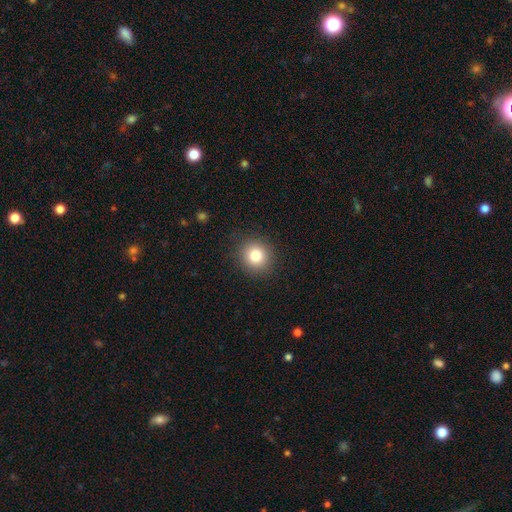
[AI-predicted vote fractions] smooth-or-featured: smooth: 80% | star or artifact: 12% | featured or disk: 8%
  how-rounded: round: 90% | in between: 9% | cigar-shaped: 1%
  merging: none: 90% | minor disturbance: 7% | major disturbance: 3% | merger: 1%